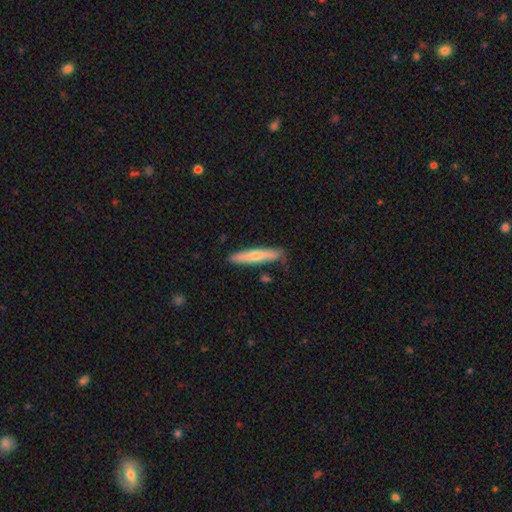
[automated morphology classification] Overall: smooth (64%; featured or disk 31%). How rounded: cigar-shaped (89%). Merging: none (81%).